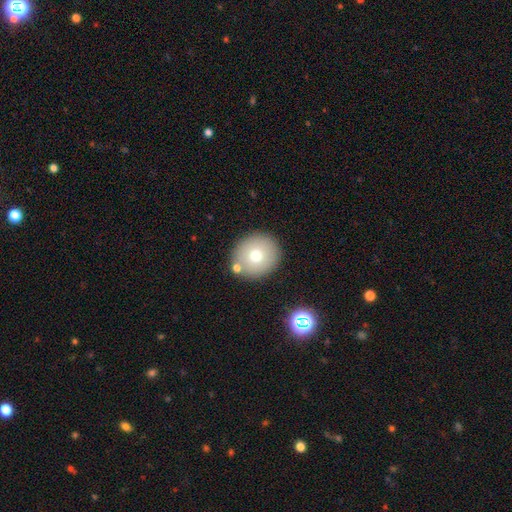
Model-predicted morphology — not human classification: This is likely a smooth galaxy (72%). How rounded: clearly round (88%). Merging: clearly none (83%).